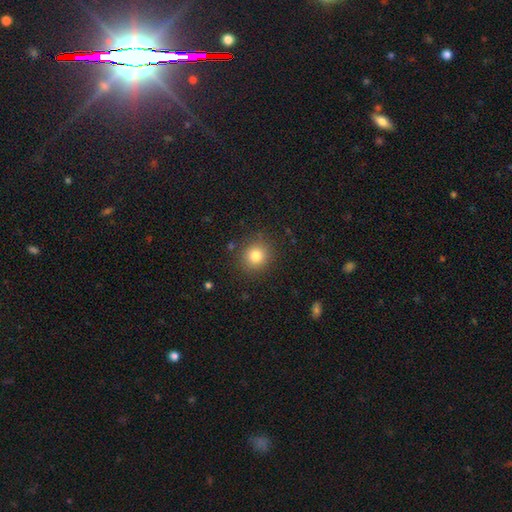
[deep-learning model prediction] The model was most divided on "smooth or featured": smooth: 81%, star or artifact: 12%, featured or disk: 7%. More confident: how rounded — round (89%); merging — none (88%).